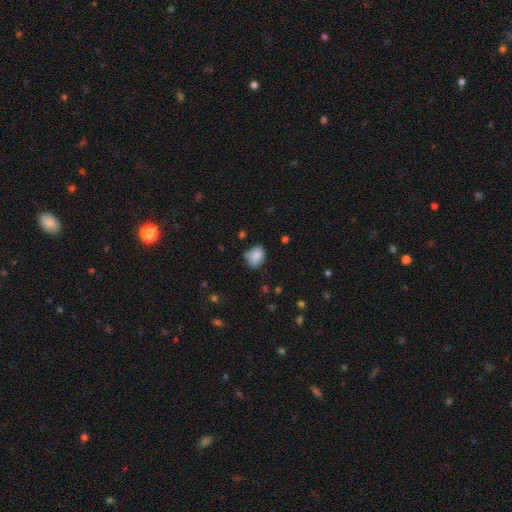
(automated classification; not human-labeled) smooth_or_featured: smooth (p=0.81) [alt: featured or disk p=0.10]
how_rounded: in between (p=0.54) [alt: round p=0.45]
merging: none (p=0.57) [alt: minor disturbance p=0.31]